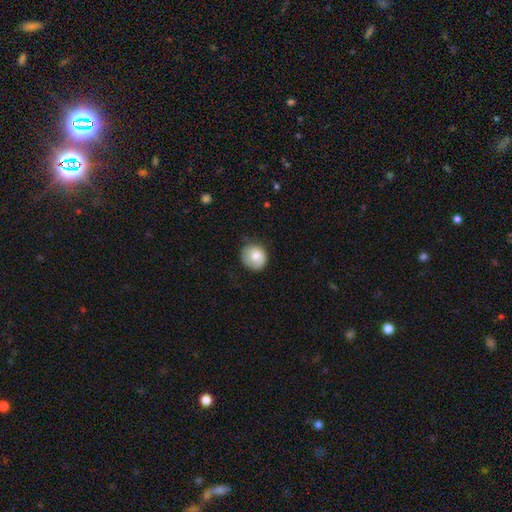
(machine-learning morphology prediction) A smooth galaxy with no disk features (76%) that is round (82%).

Vote fractions:
- Smooth or featured? smooth: 76% / featured or disk: 17% / star or artifact: 8%
- How rounded? round: 82% / in between: 17% / cigar-shaped: 1%
- Merging? none: 68% / minor disturbance: 25% / major disturbance: 5% / merger: 1%